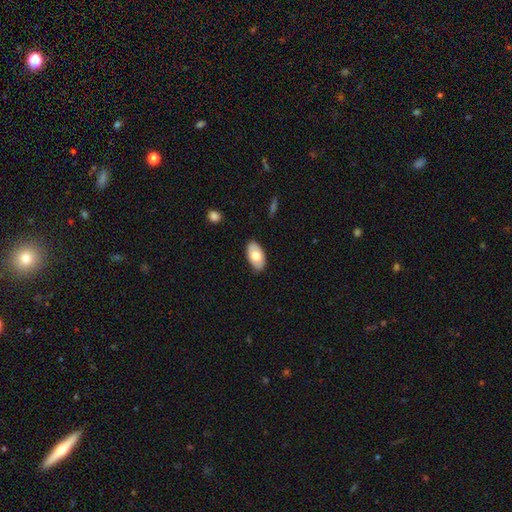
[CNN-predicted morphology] smooth_or_featured: smooth (p=0.69) [alt: featured or disk p=0.25]
how_rounded: in between (p=0.95) [alt: round p=0.04]
merging: none (p=0.86) [alt: minor disturbance p=0.11]